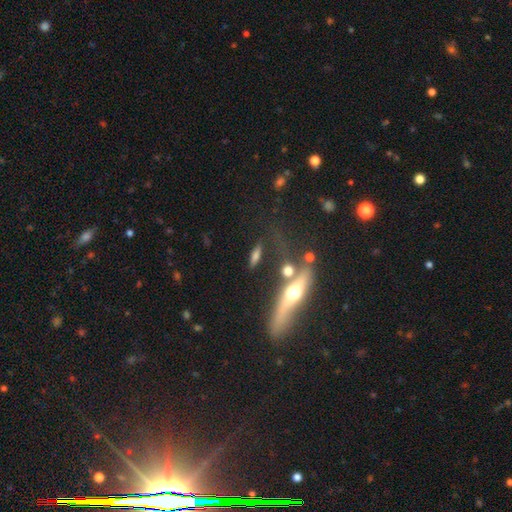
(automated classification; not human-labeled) smooth_or_featured: smooth (p=0.53) [alt: featured or disk p=0.35]
how_rounded: cigar-shaped (p=0.52) [alt: in between p=0.37]
merging: none (p=0.65) [alt: minor disturbance p=0.15]